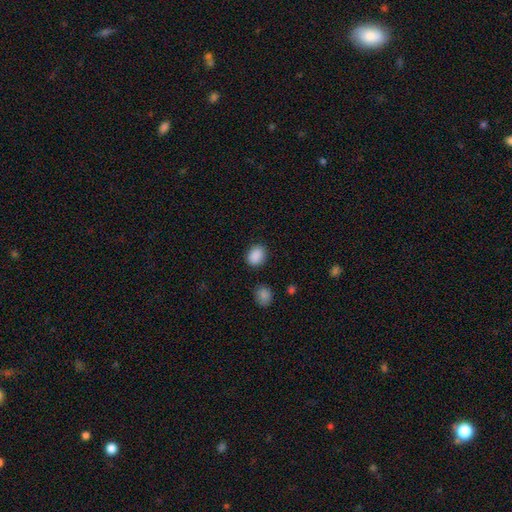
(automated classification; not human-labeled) This is clearly a smooth galaxy (89%). How rounded: possibly in between (54%). Merging: clearly none (86%).